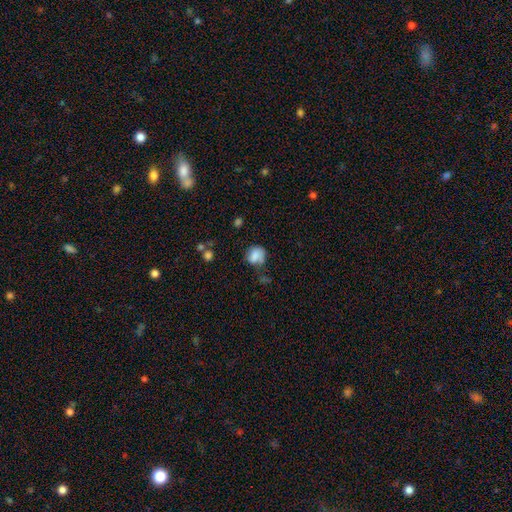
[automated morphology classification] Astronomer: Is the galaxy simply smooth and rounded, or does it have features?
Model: smooth — 79%.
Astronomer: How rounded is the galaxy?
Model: round — 67%.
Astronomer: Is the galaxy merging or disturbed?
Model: none — 49% (runner-up: minor disturbance, 31%).